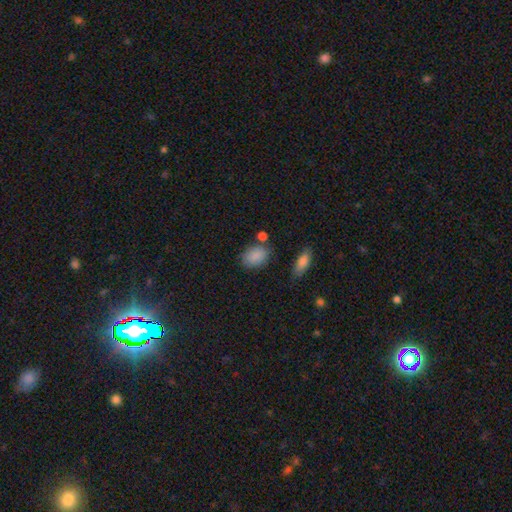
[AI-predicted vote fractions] A smooth galaxy with no disk features (87%) that is in between round and cigar-shaped (81%). Merging: none (70%).